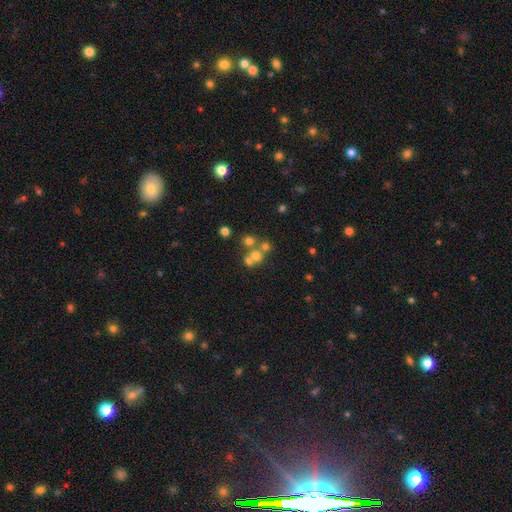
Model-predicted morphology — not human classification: The model was most divided on "merging": merger: 46%, none: 43%, minor disturbance: 7%, major disturbance: 4%. More confident: how rounded — round (85%); smooth or featured — smooth (58%).